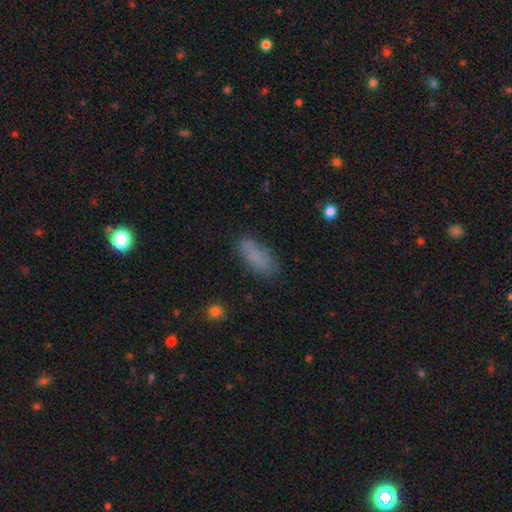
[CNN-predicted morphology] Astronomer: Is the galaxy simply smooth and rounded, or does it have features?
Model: smooth — 79%.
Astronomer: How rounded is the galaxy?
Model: in between — 72%.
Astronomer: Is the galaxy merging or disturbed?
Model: none — 68%.